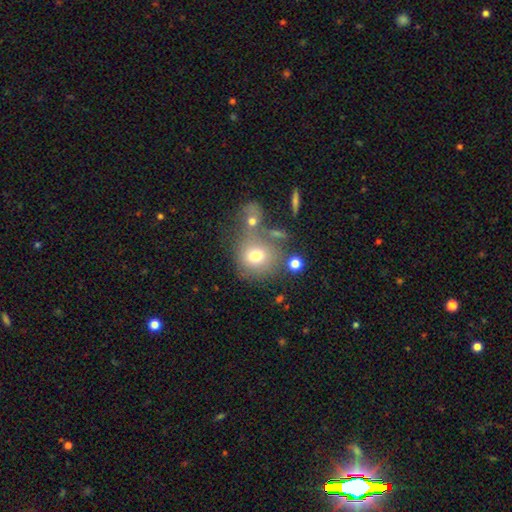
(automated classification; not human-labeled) Smooth or featured: smooth — 72% (featured or disk — 15%)
How rounded: round — 83% (in between — 16%)
Merging: none — 52% (merger — 27%)